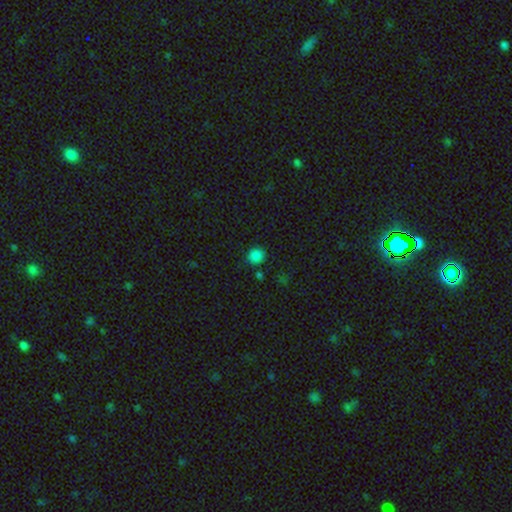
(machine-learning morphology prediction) This appears to be a smooth galaxy with no disk features (84%) that is round (88%). Merging: none (85%).